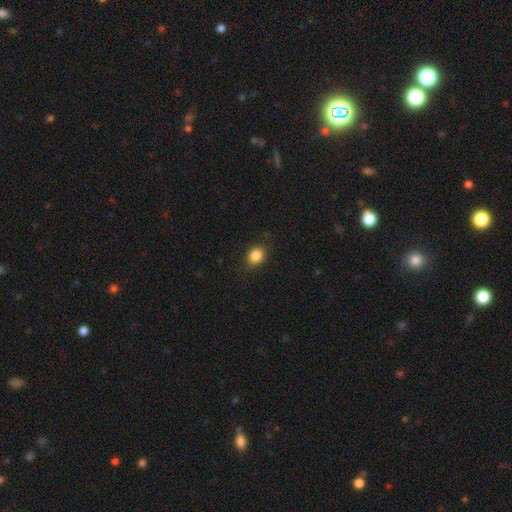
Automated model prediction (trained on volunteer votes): smooth-or-featured: smooth: 85% | star or artifact: 10% | featured or disk: 5%
  how-rounded: round: 57% | in between: 42% | cigar-shaped: 1%
  merging: none: 86% | minor disturbance: 10% | major disturbance: 3% | merger: 1%